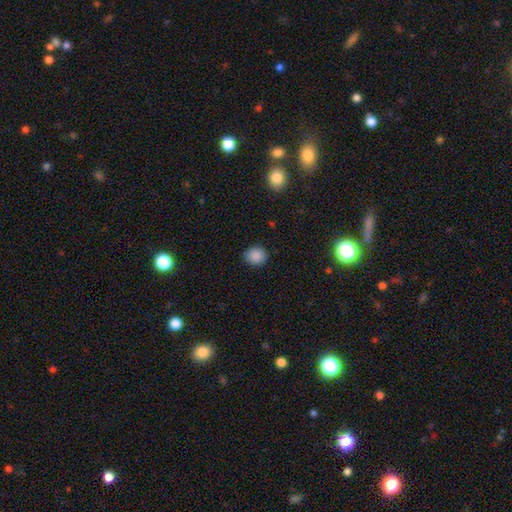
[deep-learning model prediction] Morphology: type=smooth (87%); roundness=round (80%); merging=none (89%).